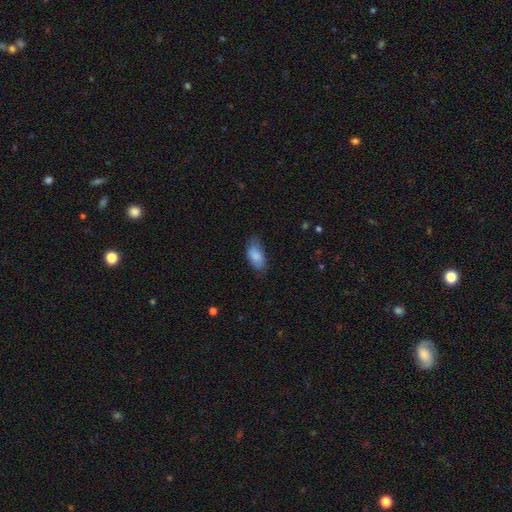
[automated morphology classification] Overall: smooth (85%). How rounded: in between (91%). Merging: none (68%).